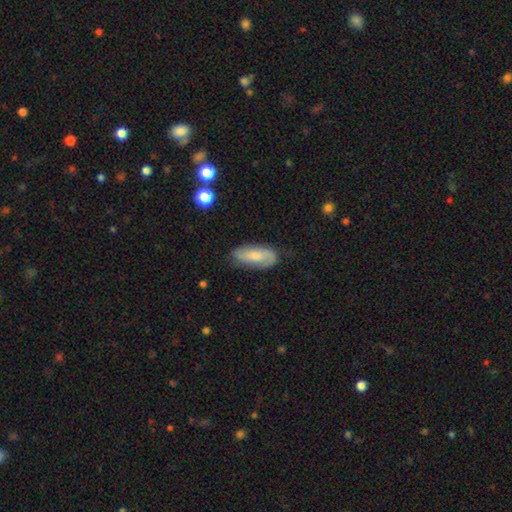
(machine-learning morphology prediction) Smooth or featured: smooth — 49% (featured or disk — 44%)
Merging: none — 75% (minor disturbance — 19%)